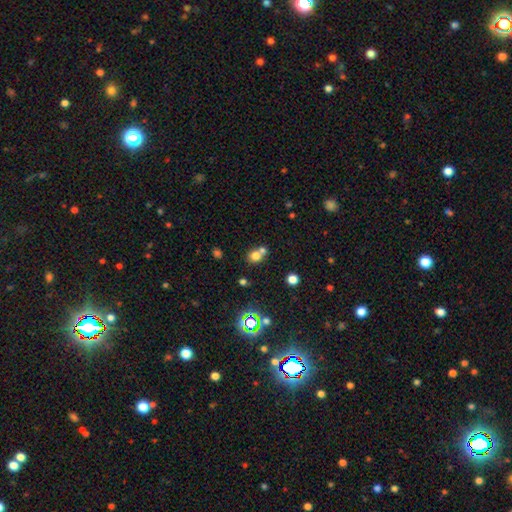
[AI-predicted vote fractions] A smooth galaxy with no disk features (70%) that is round (75%).

Vote fractions:
- Smooth or featured? smooth: 70% / star or artifact: 18% / featured or disk: 12%
- How rounded? round: 75% / in between: 24% / cigar-shaped: 1%
- Merging? merger: 47% / none: 43% / minor disturbance: 7% / major disturbance: 3%